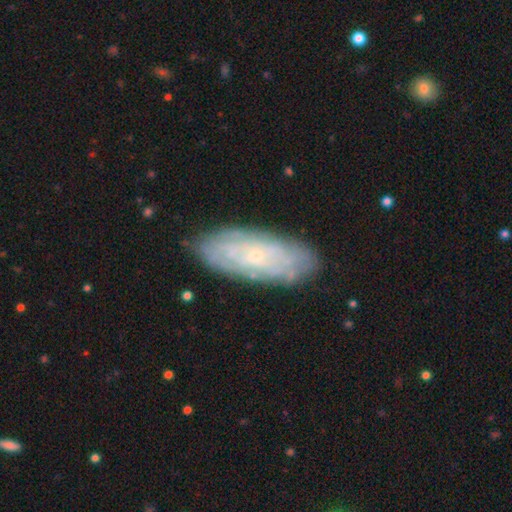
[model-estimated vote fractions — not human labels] The model was most divided on "smooth or featured": featured or disk: 62%, smooth: 30%, star or artifact: 7%. More confident: edge-on disk — no (84%); merging — none (83%); bulge size — small (81%); bar — no (79%); spiral arms — yes (71%).